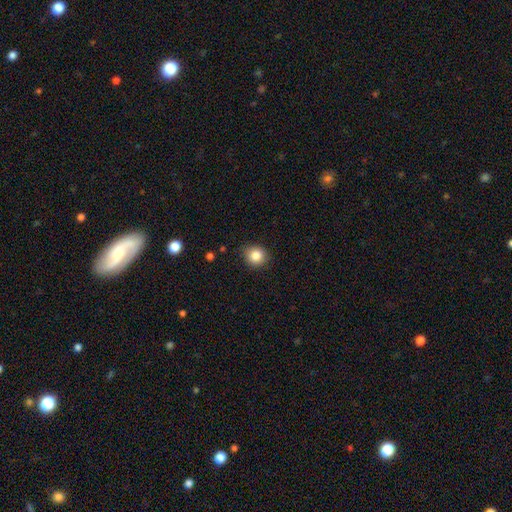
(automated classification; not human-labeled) Smooth or featured: smooth — 85% (star or artifact — 10%)
How rounded: round — 84% (in between — 15%)
Merging: none — 87% (minor disturbance — 10%)